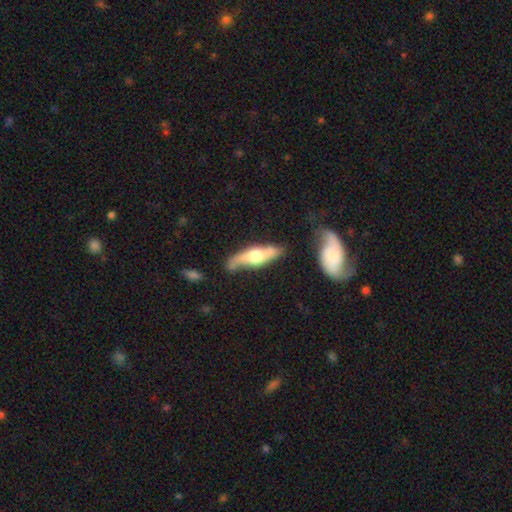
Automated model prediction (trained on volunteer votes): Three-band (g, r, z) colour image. It shows a featured or disk galaxy (53%) viewed edge-on (68%). Merging: none (64%).